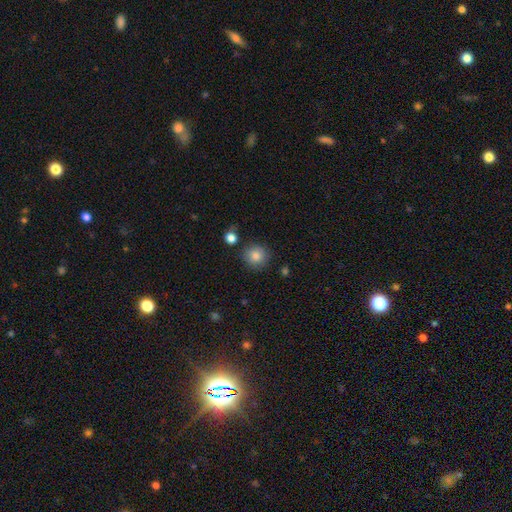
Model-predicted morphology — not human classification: This is clearly a smooth galaxy (84%). How rounded: clearly round (92%). Merging: clearly none (84%).